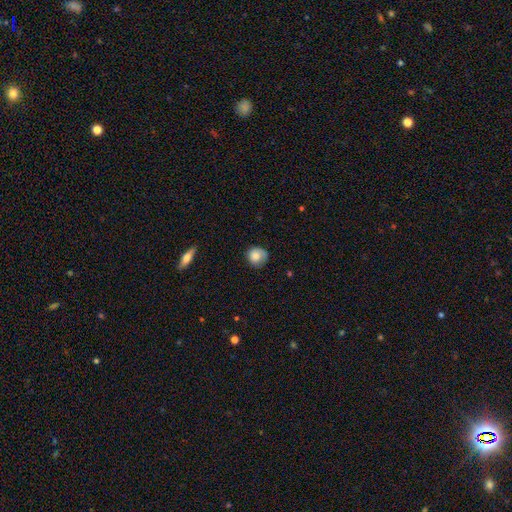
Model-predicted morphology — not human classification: type=smooth (77%); roundness=round (86%); merging=none (65%).